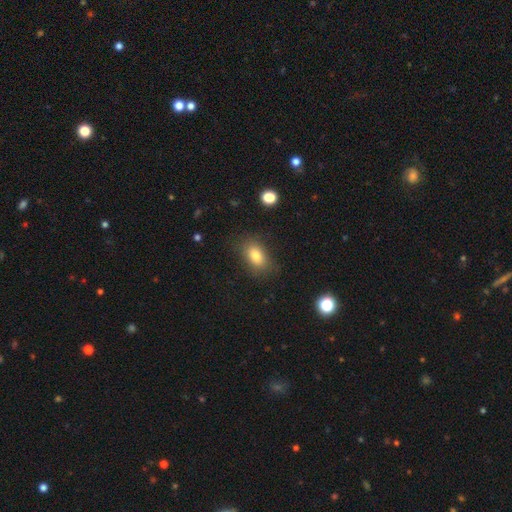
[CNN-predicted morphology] smooth 81%, star or artifact 10%, featured or disk 9%. Down the decision tree: how rounded — in between (85%); merging — none (80%).